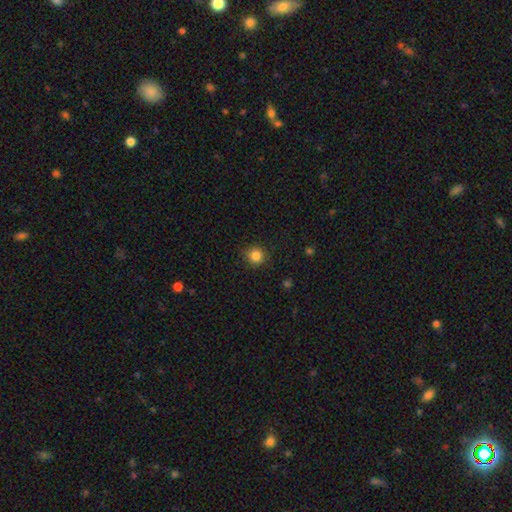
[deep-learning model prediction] smooth 84%, star or artifact 12%, featured or disk 4%. Down the decision tree: how rounded — round (93%); merging — none (88%).